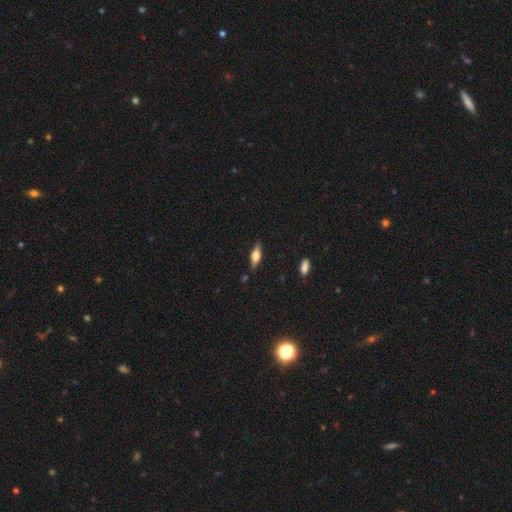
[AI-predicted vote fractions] A featured or disk galaxy (48%). Merging: none (84%).